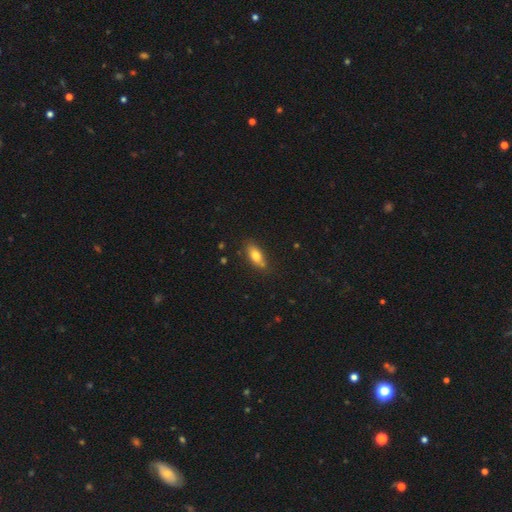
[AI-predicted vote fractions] A smooth galaxy with no disk features (76%) that is in between round and cigar-shaped (81%).

Vote fractions:
- Smooth or featured? smooth: 76% / featured or disk: 16% / star or artifact: 8%
- How rounded? in between: 81% / cigar-shaped: 14% / round: 5%
- Merging? none: 75% / minor disturbance: 17% / merger: 4% / major disturbance: 3%